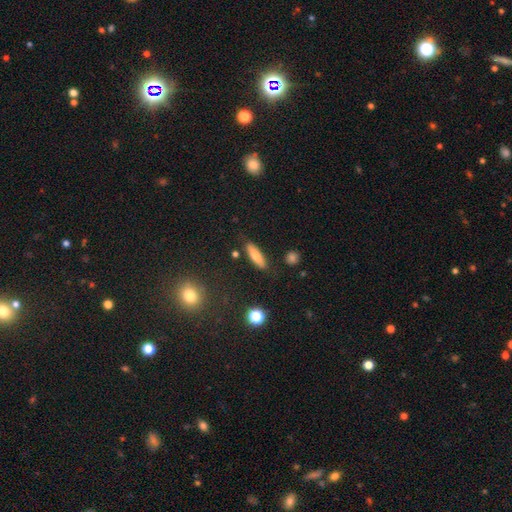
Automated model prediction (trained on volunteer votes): Smooth or featured?
  - smooth: 75% *
  - featured or disk: 17%
  - star or artifact: 8%
How rounded?
  - cigar-shaped: 58% *
  - in between: 40%
  - round: 3%
Merging?
  - none: 83% *
  - minor disturbance: 12%
  - major disturbance: 3%
  - merger: 3%